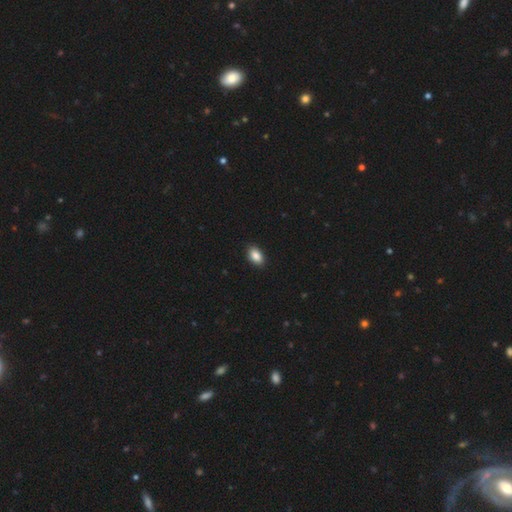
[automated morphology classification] Smooth or featured?
  - smooth: 88% *
  - star or artifact: 8%
  - featured or disk: 4%
How rounded?
  - in between: 89% *
  - round: 9%
  - cigar-shaped: 2%
Merging?
  - none: 90% *
  - minor disturbance: 7%
  - major disturbance: 2%
  - merger: 1%